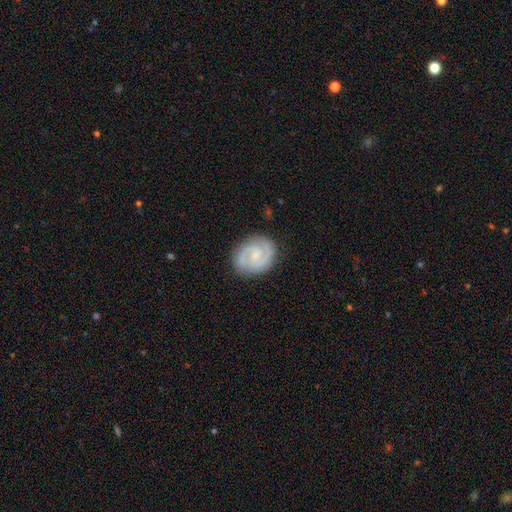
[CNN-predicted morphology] smooth_or_featured: featured or disk (p=0.84) [alt: smooth p=0.11]
disk_edge_on: no (p=0.98) [alt: yes p=0.02]
bar: weak (p=0.47) [alt: no p=0.45]
has_spiral_arms: yes (p=0.97) [alt: no p=0.03]
spiral_winding: medium (p=0.46) [tied with: tight p=0.46]
spiral_arm_count: 2 (p=0.89) [alt: can't tell p=0.04]
bulge_size: small (p=0.55) [alt: moderate p=0.24]
merging: none (p=0.84) [alt: minor disturbance p=0.11]